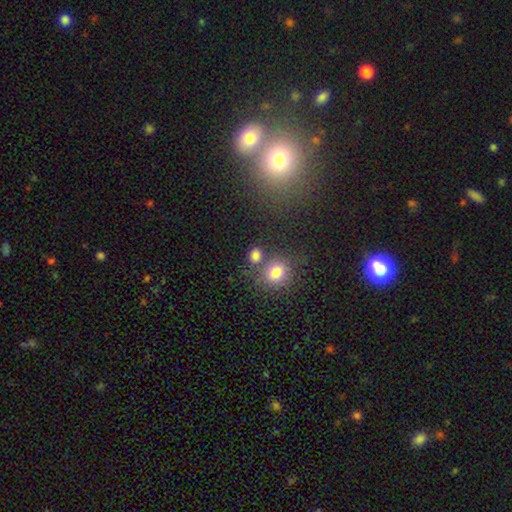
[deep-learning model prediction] Smooth or featured?
  - smooth: 78% *
  - star or artifact: 15%
  - featured or disk: 7%
How rounded?
  - round: 68% *
  - in between: 31%
  - cigar-shaped: 1%
Merging?
  - none: 64% *
  - merger: 21%
  - minor disturbance: 10%
  - major disturbance: 5%